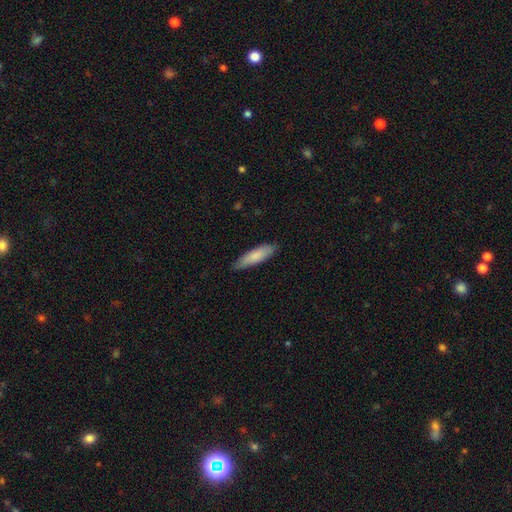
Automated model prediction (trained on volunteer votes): Q: Smooth or featured?
A: smooth (83%); runner-up: featured or disk (12%)
Q: How rounded?
A: cigar-shaped (61%); runner-up: in between (37%)
Q: Merging?
A: none (82%); runner-up: minor disturbance (15%)